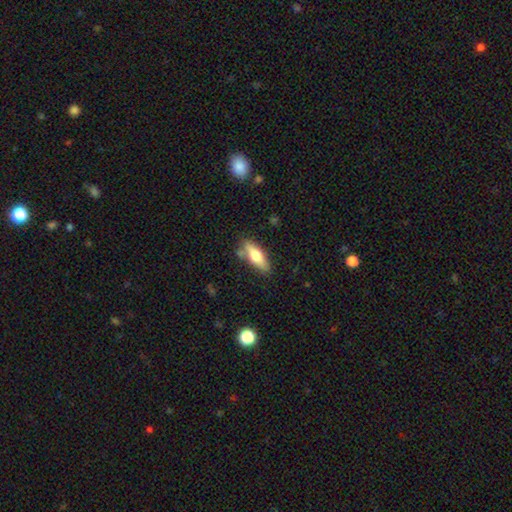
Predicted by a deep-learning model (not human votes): Overall: smooth (65%; featured or disk 29%). How rounded: in between (60%; cigar-shaped 38%). Merging: none (74%).